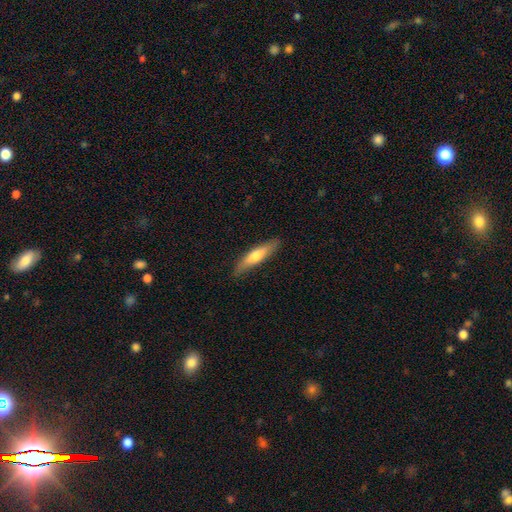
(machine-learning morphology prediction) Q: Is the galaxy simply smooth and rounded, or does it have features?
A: smooth — 61%.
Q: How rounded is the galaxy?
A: cigar-shaped — 81%.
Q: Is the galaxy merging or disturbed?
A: none — 86%.